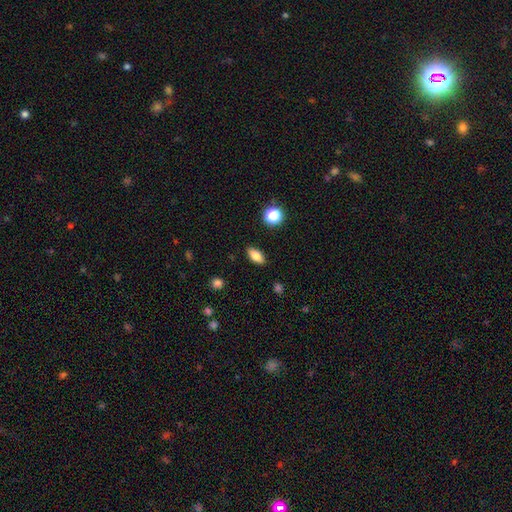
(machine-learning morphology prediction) Smooth or featured: smooth — 80% (featured or disk — 11%)
How rounded: in between — 83% (cigar-shaped — 11%)
Merging: none — 88% (minor disturbance — 9%)